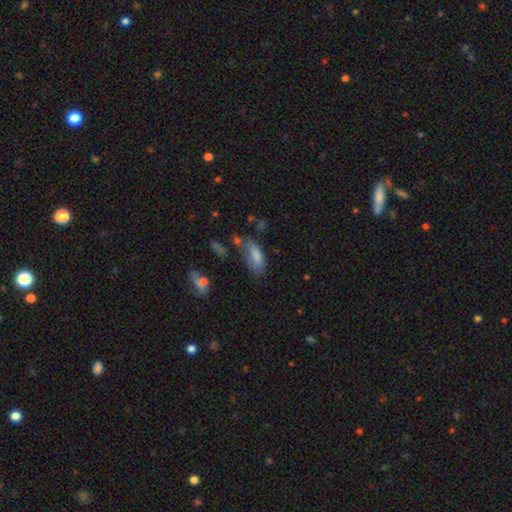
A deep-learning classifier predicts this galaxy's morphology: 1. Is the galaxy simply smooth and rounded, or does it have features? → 80% smooth, 12% featured or disk, 8% star or artifact.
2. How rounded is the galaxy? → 84% in between, 13% cigar-shaped, 2% round.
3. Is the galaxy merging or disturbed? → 47% none, 29% minor disturbance, 14% major disturbance, 10% merger.